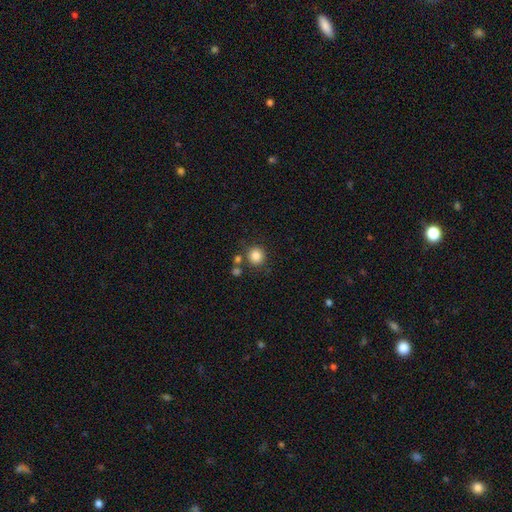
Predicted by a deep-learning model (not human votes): smooth_or_featured: smooth (p=0.85) [alt: star or artifact p=0.11]
how_rounded: round (p=0.92) [alt: in between p=0.07]
merging: none (p=0.78) [alt: merger p=0.10]